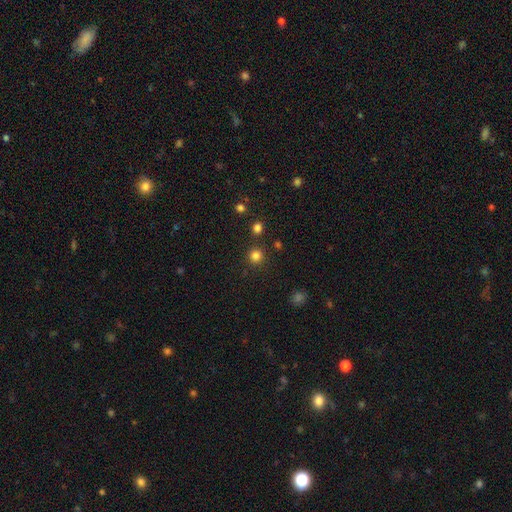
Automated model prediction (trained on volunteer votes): smooth 81%, star or artifact 15%, featured or disk 4%. Down the decision tree: how rounded — round (94%); merging — none (86%).